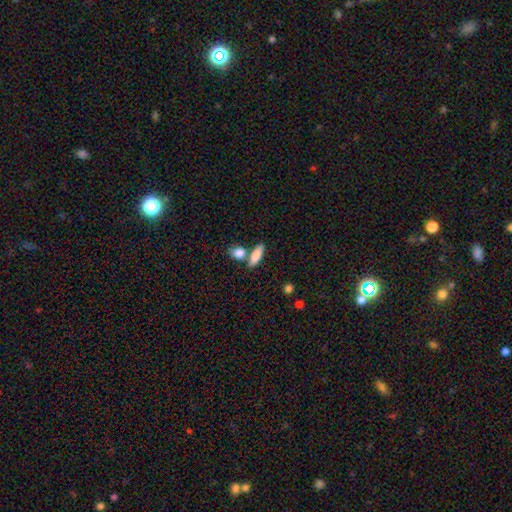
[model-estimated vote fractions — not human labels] Smooth or featured: smooth — 81% (featured or disk — 13%)
How rounded: in between — 55% (cigar-shaped — 38%)
Merging: none — 61% (merger — 24%)